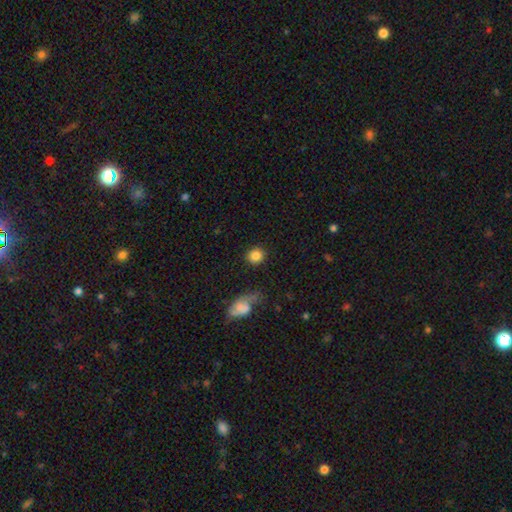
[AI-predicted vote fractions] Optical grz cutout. It shows a smooth galaxy with no disk features (84%) that is round (86%). Merging: none (86%).